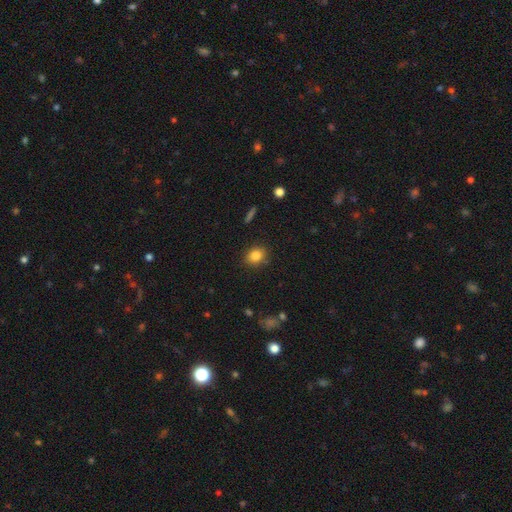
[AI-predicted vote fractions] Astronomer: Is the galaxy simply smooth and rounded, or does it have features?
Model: smooth — 84%.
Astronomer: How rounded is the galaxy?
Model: round — 53% (runner-up: in between, 46%).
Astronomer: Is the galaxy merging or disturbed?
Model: none — 86%.